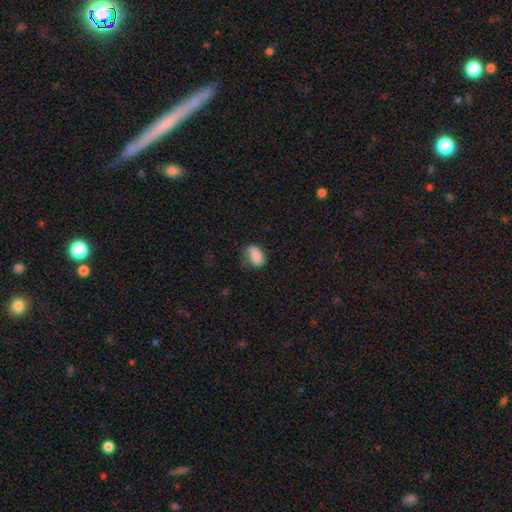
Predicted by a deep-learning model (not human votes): This appears to be a smooth galaxy with no disk features (74%) that is in between round and cigar-shaped (80%). Merging: none (49%).